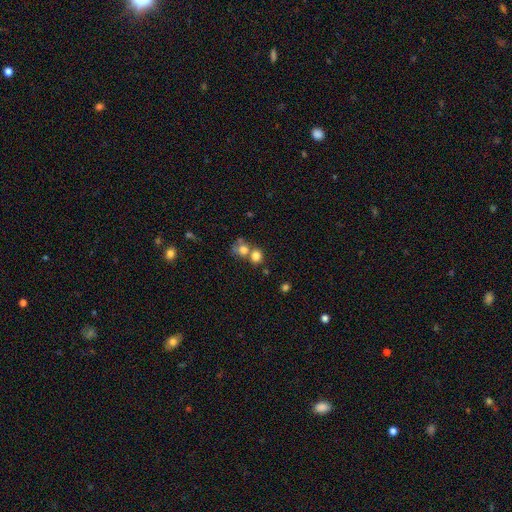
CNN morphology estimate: A smooth galaxy with no disk features (77%) that is round (76%).

Vote fractions:
- Smooth or featured? smooth: 77% / star or artifact: 13% / featured or disk: 10%
- How rounded? round: 76% / in between: 23% / cigar-shaped: 1%
- Merging? merger: 48% / none: 40% / minor disturbance: 8% / major disturbance: 5%